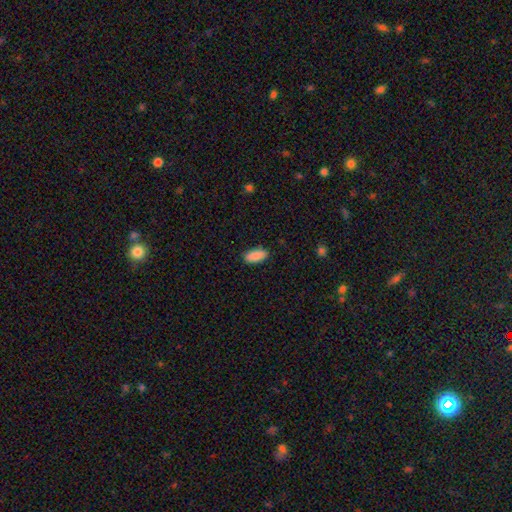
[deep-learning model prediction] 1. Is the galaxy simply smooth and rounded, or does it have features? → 89% smooth, 6% star or artifact, 5% featured or disk.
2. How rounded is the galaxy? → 90% in between, 8% cigar-shaped, 2% round.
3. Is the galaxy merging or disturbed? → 89% none, 8% minor disturbance, 2% major disturbance, 1% merger.